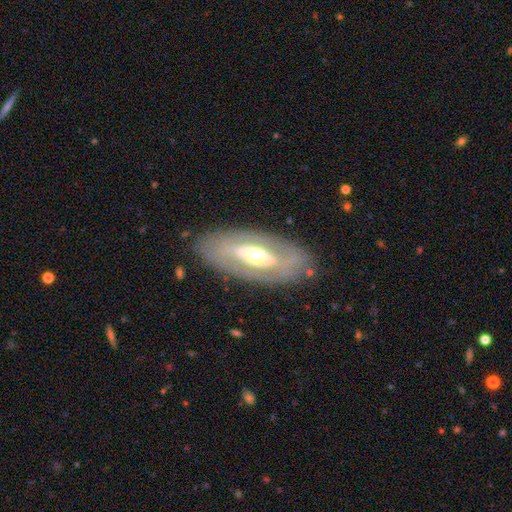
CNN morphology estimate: featured or disk 68%, smooth 26%, star or artifact 5%. Down the decision tree: edge-on disk — no (85%); bar — no (52%); spiral arms — no (67%); bulge size — moderate (65%); merging — none (82%).